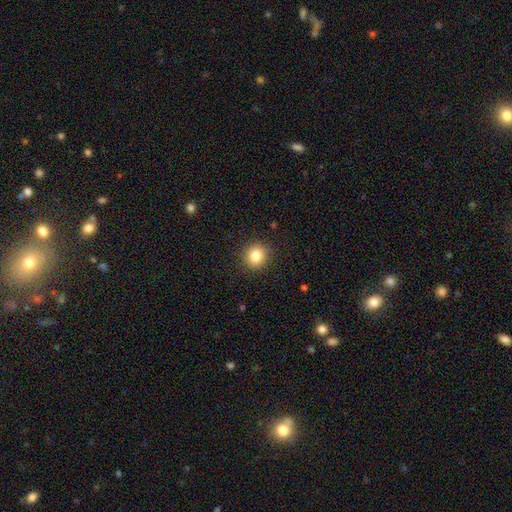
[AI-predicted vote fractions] A smooth galaxy with no disk features (84%) that is round (87%).

Vote fractions:
- Smooth or featured? smooth: 84% / star or artifact: 10% / featured or disk: 6%
- How rounded? round: 87% / in between: 12% / cigar-shaped: 1%
- Merging? none: 91% / minor disturbance: 6% / major disturbance: 2% / merger: 1%